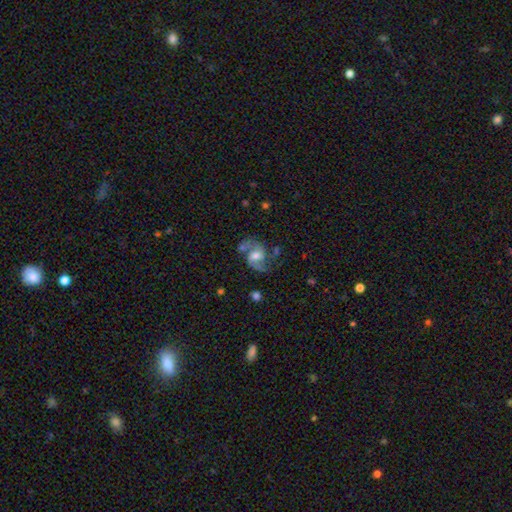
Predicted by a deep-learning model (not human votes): Morphology: type=featured or disk (80%); edge-on=no (98%); bar=no (45%); spiral arms=yes (94%); winding=medium (53%); arm count=2 (89%); bulge=moderate (63%); merging=none (57%).